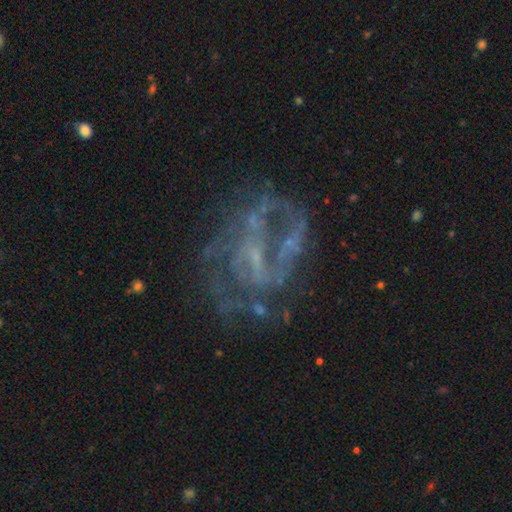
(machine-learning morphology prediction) A featured or disk galaxy (76%) with a weak bar (40%), 2 (38%) medium (42%) spiral arms (70%) and no central bulge (46%). Merging: none (51%).